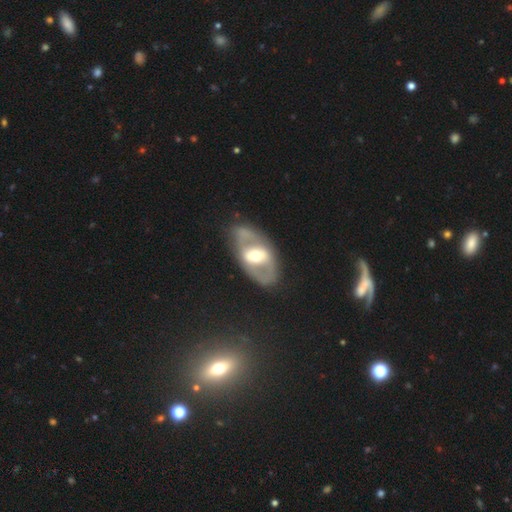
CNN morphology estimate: Smooth or featured: featured or disk — 68% (smooth — 27%)
Edge-on disk: no — 91% (yes — 9%)
Bar: strong — 41% (weak — 32%)
Spiral arms: no — 59% (yes — 41%)
Bulge size: moderate — 59% (large — 21%)
Merging: none — 74% (minor disturbance — 14%)